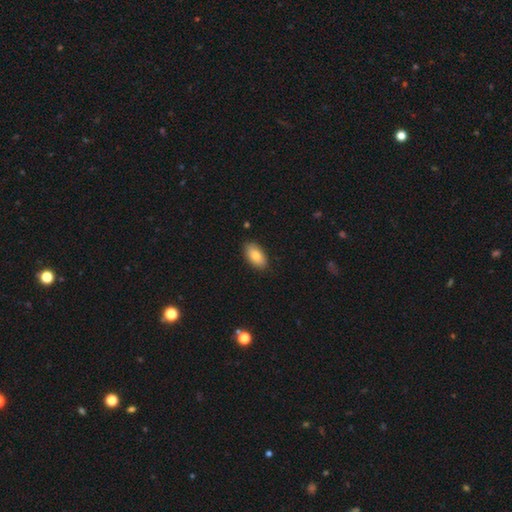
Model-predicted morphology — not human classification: A smooth galaxy with no disk features (80%) that is in between round and cigar-shaped (93%).

Vote fractions:
- Smooth or featured? smooth: 80% / featured or disk: 13% / star or artifact: 7%
- How rounded? in between: 93% / round: 4% / cigar-shaped: 3%
- Merging? none: 84% / minor disturbance: 12% / major disturbance: 2% / merger: 1%